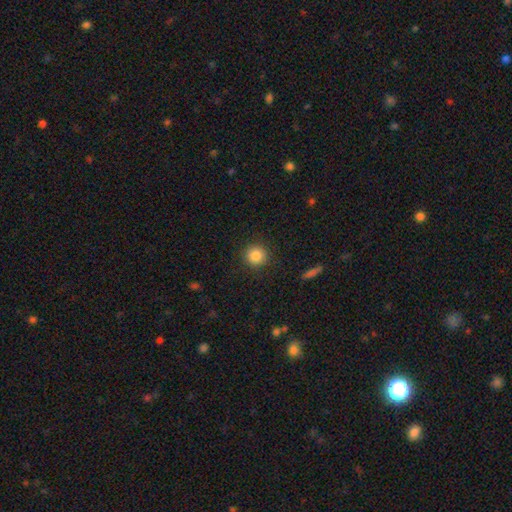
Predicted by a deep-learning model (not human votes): Smooth or featured? smooth (85%)
How rounded? round (93%)
Merging? none (90%)